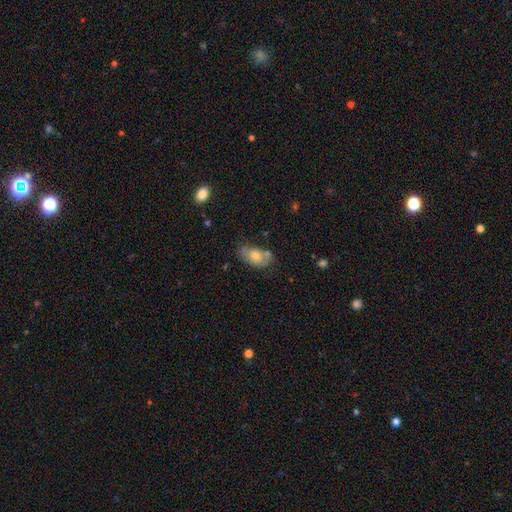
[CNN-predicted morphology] type=smooth (49%); merging=none (55%).